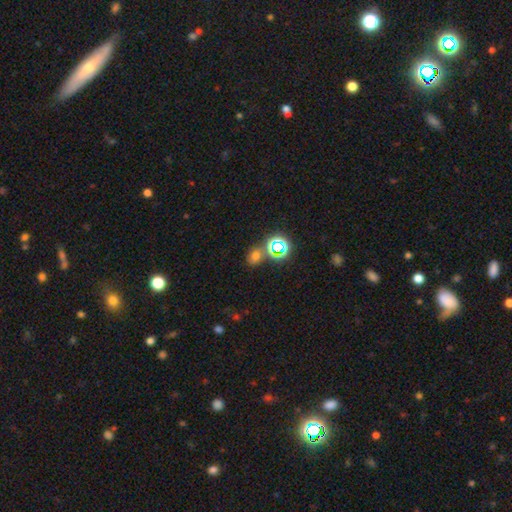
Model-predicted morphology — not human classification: type=smooth (58%); roundness=in between (55%); merging=none (64%).